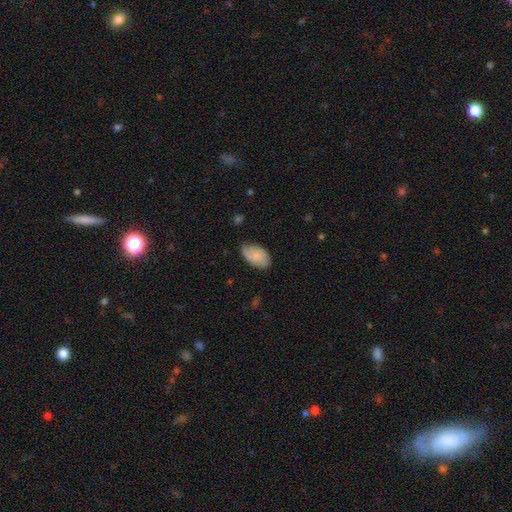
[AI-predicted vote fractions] smooth 75%, featured or disk 18%, star or artifact 7%. Down the decision tree: how rounded — in between (93%); merging — none (68%).